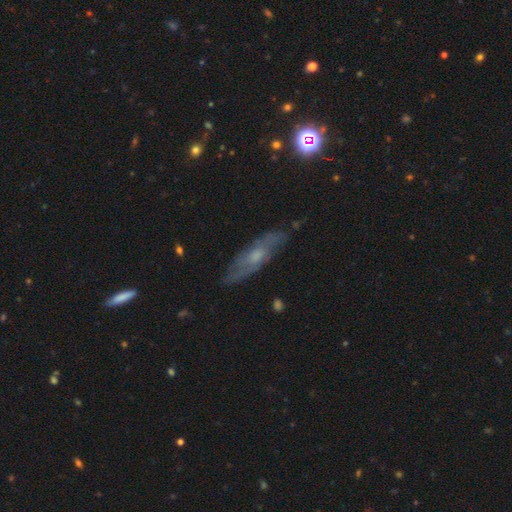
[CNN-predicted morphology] Smooth or featured: featured or disk — 61% (smooth — 30%)
Edge-on disk: no — 60% (yes — 40%)
Merging: none — 78% (minor disturbance — 16%)